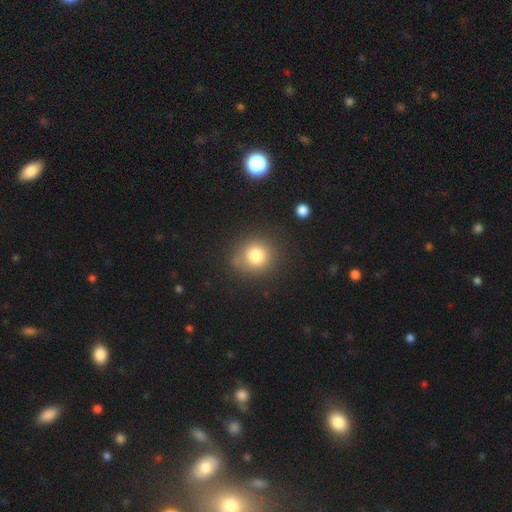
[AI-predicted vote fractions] smooth_or_featured: smooth (p=0.79) [alt: star or artifact p=0.13]
how_rounded: round (p=0.85) [alt: in between p=0.14]
merging: none (p=0.79) [alt: minor disturbance p=0.13]